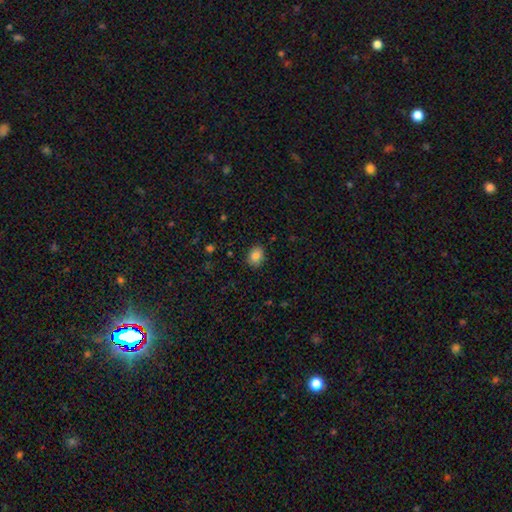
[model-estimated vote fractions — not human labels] Morphology: type=smooth (85%); roundness=in between (56%); merging=none (86%).